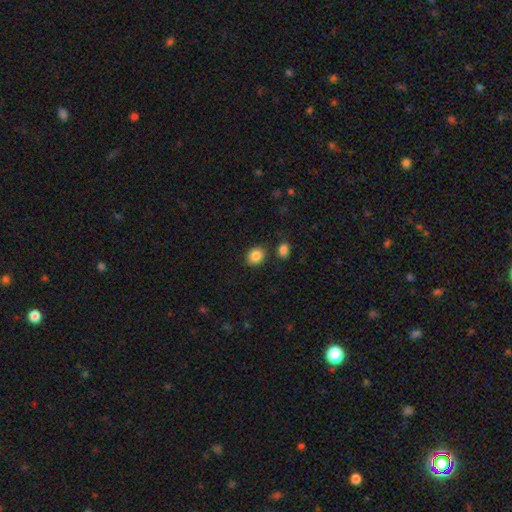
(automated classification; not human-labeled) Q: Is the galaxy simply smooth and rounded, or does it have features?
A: smooth — 86%.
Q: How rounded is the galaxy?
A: round — 55%.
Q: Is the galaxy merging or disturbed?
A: none — 83%.